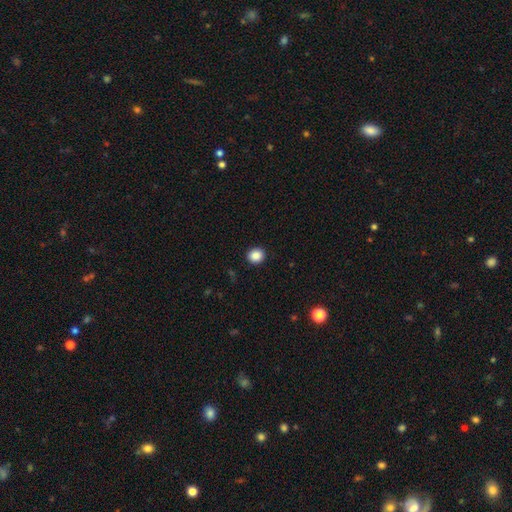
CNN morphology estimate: A smooth galaxy with no disk features (88%) that is round (84%).

Vote fractions:
- Smooth or featured? smooth: 88% / star or artifact: 9% / featured or disk: 3%
- How rounded? round: 84% / in between: 15% / cigar-shaped: 1%
- Merging? none: 92% / minor disturbance: 5% / major disturbance: 2% / merger: 1%